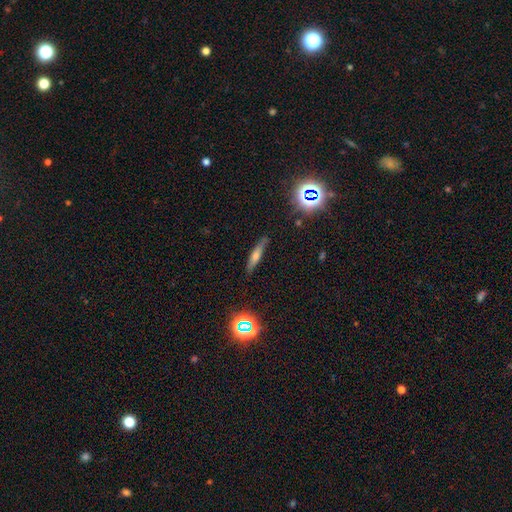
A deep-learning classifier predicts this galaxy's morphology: Smooth or featured?
  - smooth: 47% *
  - featured or disk: 37%
  - star or artifact: 15%
Merging?
  - none: 84% *
  - minor disturbance: 12%
  - major disturbance: 3%
  - merger: 2%